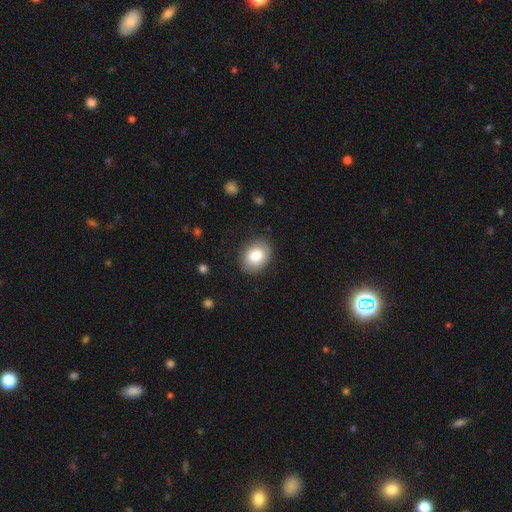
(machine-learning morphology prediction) A smooth galaxy with no disk features (83%) that is in between round and cigar-shaped (66%). Merging: none (84%).